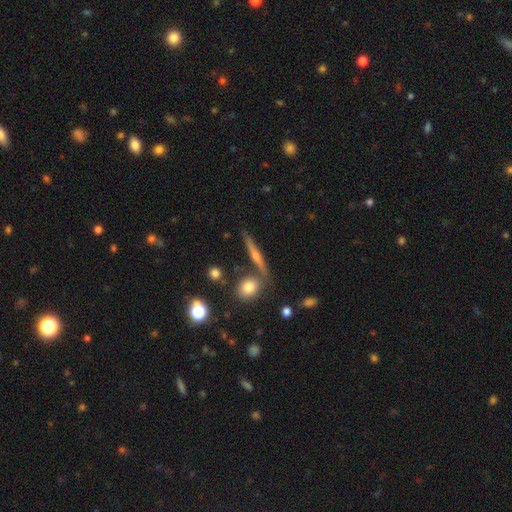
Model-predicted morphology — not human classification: Smooth or featured: featured or disk — 68% (smooth — 23%)
Edge-on disk: yes — 96% (no — 4%)
Edge-on bulge: rounded — 83% (none — 12%)
Merging: none — 80% (minor disturbance — 9%)